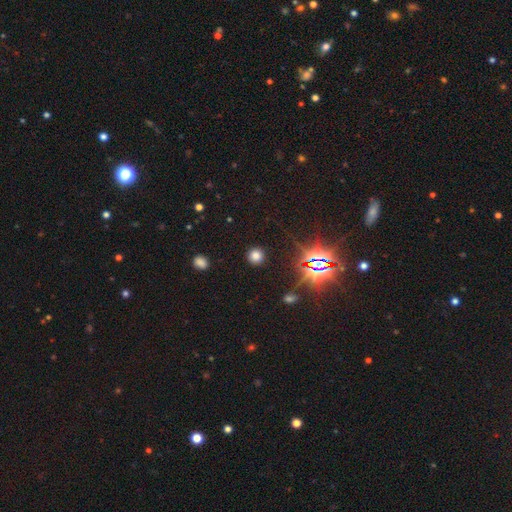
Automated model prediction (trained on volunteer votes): Q: Smooth or featured?
A: smooth (72%); runner-up: star or artifact (22%)
Q: How rounded?
A: round (93%); runner-up: in between (6%)
Q: Merging?
A: none (90%); runner-up: minor disturbance (6%)